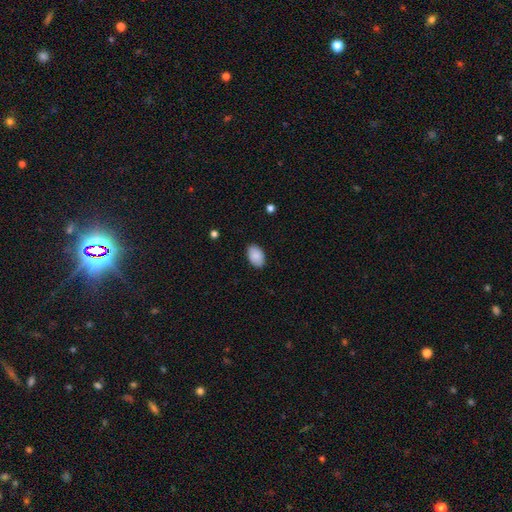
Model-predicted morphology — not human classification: smooth-or-featured: smooth: 88% | star or artifact: 6% | featured or disk: 5%
  how-rounded: in between: 91% | round: 8% | cigar-shaped: 1%
  merging: none: 87% | minor disturbance: 10% | major disturbance: 2% | merger: 1%